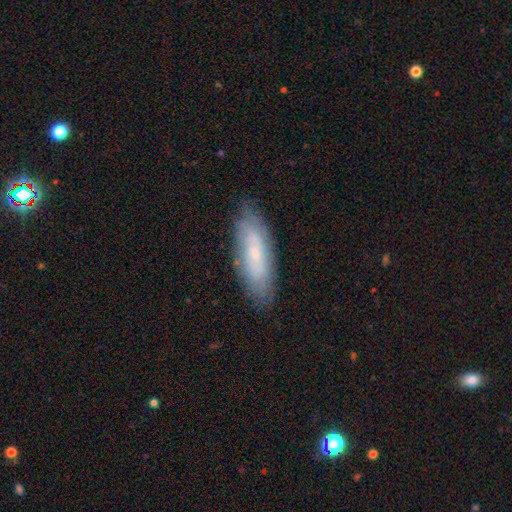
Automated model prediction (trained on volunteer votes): Q: Smooth or featured?
A: smooth (49%); runner-up: featured or disk (43%)
Q: Merging?
A: none (81%); runner-up: minor disturbance (15%)